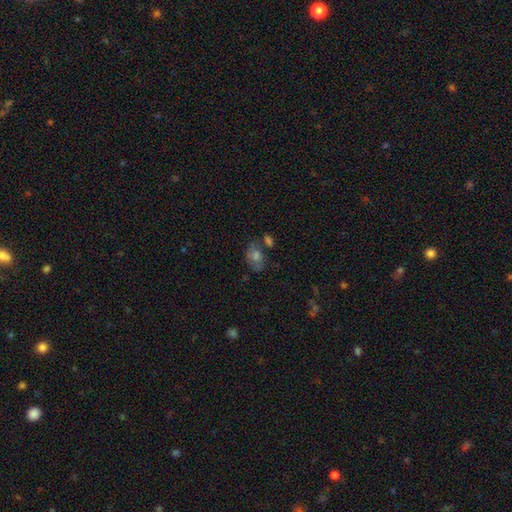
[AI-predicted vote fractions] Smooth or featured?
  - smooth: 53% *
  - featured or disk: 27%
  - star or artifact: 20%
How rounded?
  - in between: 69% *
  - round: 29%
  - cigar-shaped: 2%
Merging?
  - none: 55% *
  - minor disturbance: 21%
  - merger: 15%
  - major disturbance: 10%